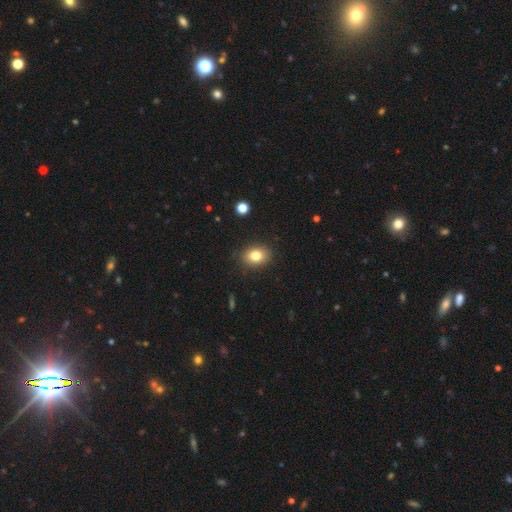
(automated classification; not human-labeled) Overall: smooth (81%). How rounded: in between (61%; round 38%). Merging: none (86%).